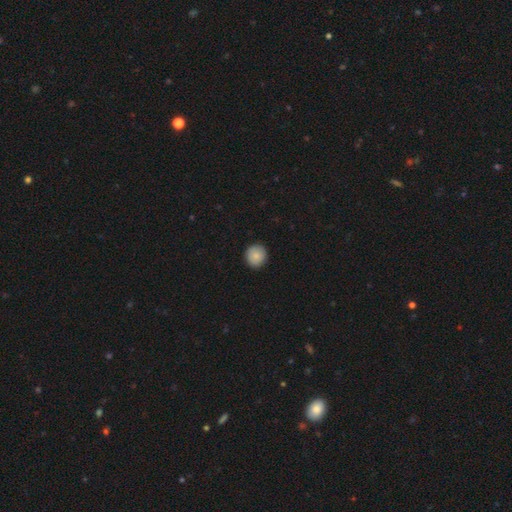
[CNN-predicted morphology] Q: Smooth or featured?
A: smooth (86%); runner-up: star or artifact (8%)
Q: How rounded?
A: round (90%); runner-up: in between (9%)
Q: Merging?
A: none (90%); runner-up: minor disturbance (7%)